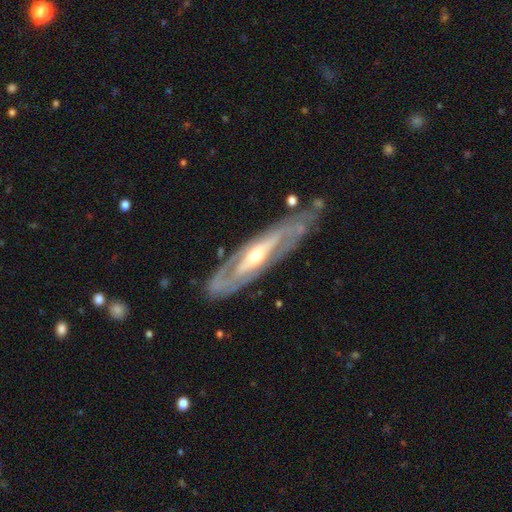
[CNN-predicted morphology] smooth-or-featured: featured or disk: 84% | smooth: 11% | star or artifact: 5%
  disk-edge-on: no: 71% | yes: 29%
    bar: no: 44% | weak: 28% | strong: 28%
    has-spiral-arms: yes: 75% | no: 25%
    bulge-size: moderate: 53% | small: 42% | large: 3% | none: 1% | dominant: 1%
  merging: none: 75% | minor disturbance: 17% | major disturbance: 6% | merger: 2%